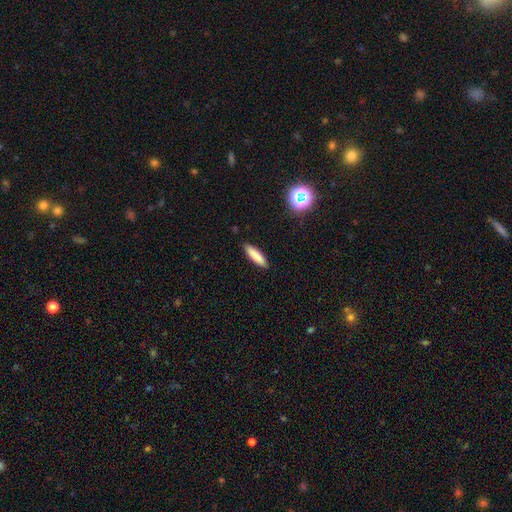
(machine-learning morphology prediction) smooth 84%, featured or disk 8%, star or artifact 8%. Down the decision tree: how rounded — cigar-shaped (70%); merging — none (89%).